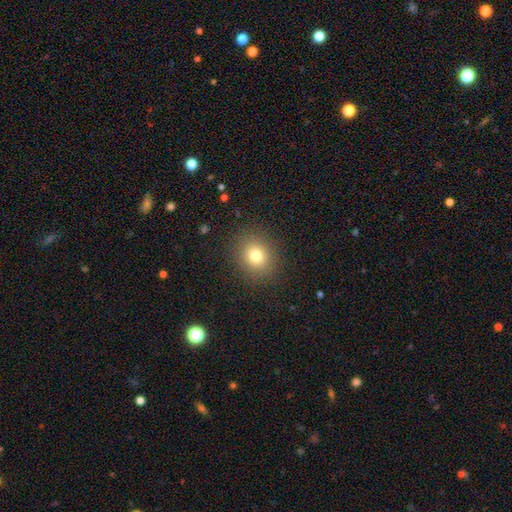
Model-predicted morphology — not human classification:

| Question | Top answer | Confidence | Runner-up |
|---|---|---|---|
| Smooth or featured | smooth | 77% | star or artifact (13%) |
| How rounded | round | 74% | in between (25%) |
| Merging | none | 88% | minor disturbance (8%) |